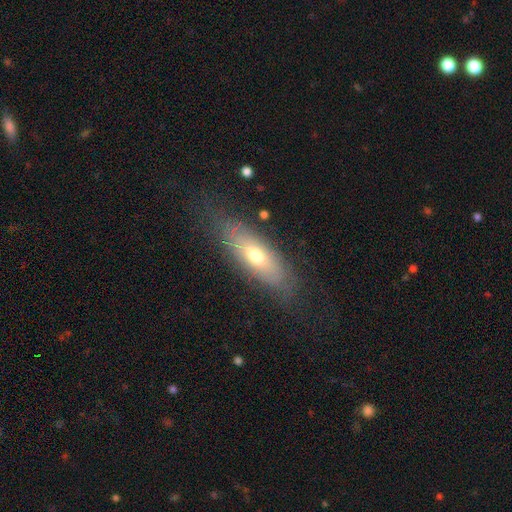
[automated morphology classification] smooth_or_featured: smooth (p=0.52) [alt: featured or disk p=0.40]
how_rounded: in between (p=0.63) [alt: cigar-shaped p=0.34]
merging: none (p=0.73) [alt: minor disturbance p=0.18]